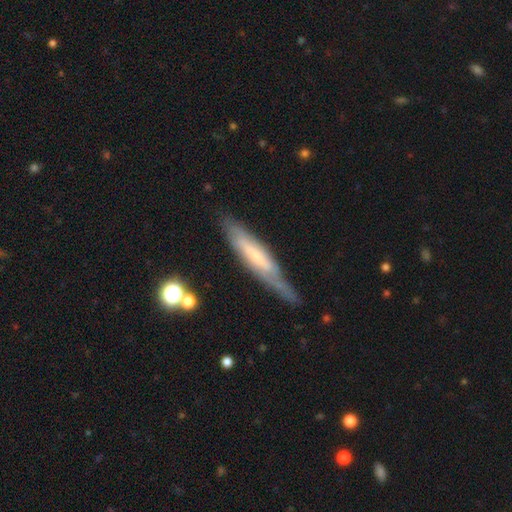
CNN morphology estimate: A featured or disk galaxy (55%) viewed edge-on (69%).

Vote fractions:
- Smooth or featured? featured or disk: 55% / smooth: 38% / star or artifact: 7%
- Edge-on disk? yes: 69% / no: 31%
- Merging? none: 66% / minor disturbance: 23% / major disturbance: 8% / merger: 3%